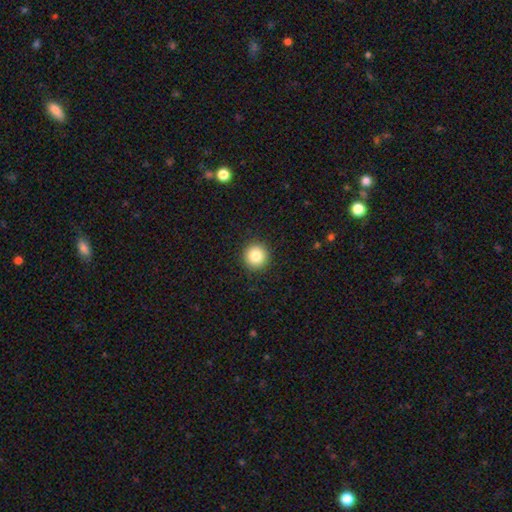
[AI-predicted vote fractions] Smooth or featured: smooth — 84% (star or artifact — 10%)
How rounded: round — 94% (in between — 5%)
Merging: none — 92% (minor disturbance — 5%)